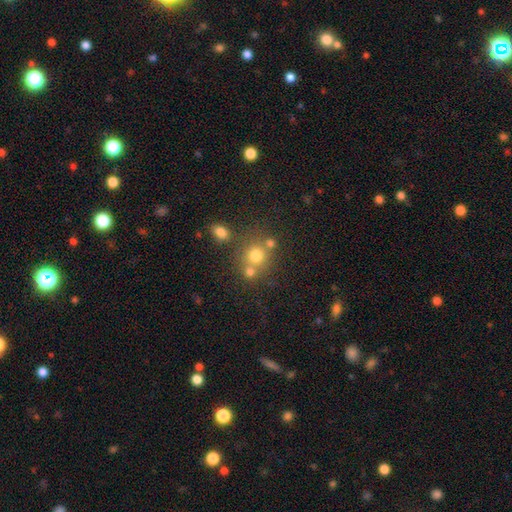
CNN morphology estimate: This is likely a smooth galaxy (73%). How rounded: clearly round (84%). Merging: possibly none (58%).